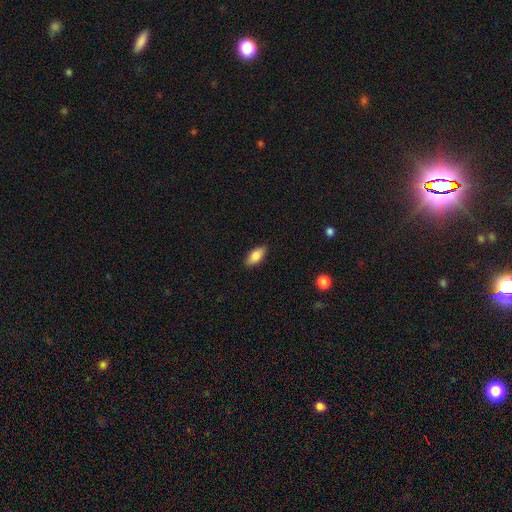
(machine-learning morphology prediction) A smooth galaxy with no disk features (83%) that is in between round and cigar-shaped (86%).

Vote fractions:
- Smooth or featured? smooth: 83% / featured or disk: 10% / star or artifact: 7%
- How rounded? in between: 86% / cigar-shaped: 11% / round: 3%
- Merging? none: 86% / minor disturbance: 11% / major disturbance: 2% / merger: 1%